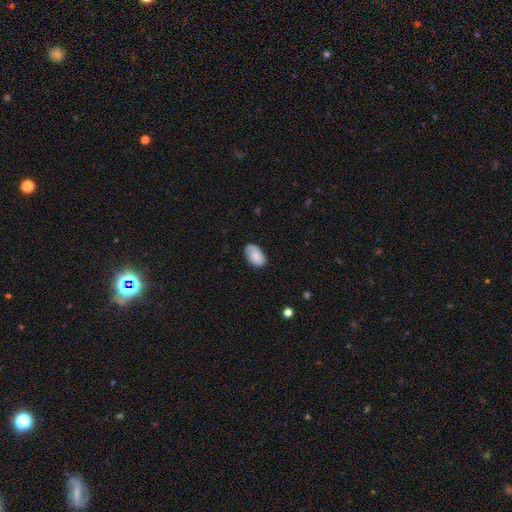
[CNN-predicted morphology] This is clearly a smooth galaxy (85%). How rounded: clearly in between (93%). Merging: likely none (78%).